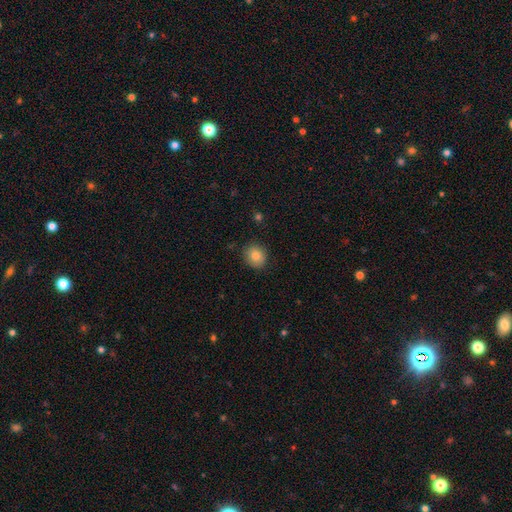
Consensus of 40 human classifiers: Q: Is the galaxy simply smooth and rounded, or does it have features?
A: smooth — 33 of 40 (82%).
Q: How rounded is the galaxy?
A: round — 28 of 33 (85%).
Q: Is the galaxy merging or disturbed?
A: none — 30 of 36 (83%).